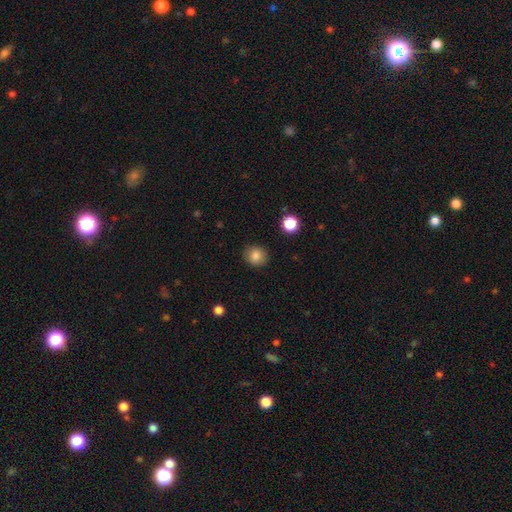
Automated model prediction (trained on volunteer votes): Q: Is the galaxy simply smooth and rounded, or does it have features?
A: smooth — 84%.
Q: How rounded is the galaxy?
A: round — 83%.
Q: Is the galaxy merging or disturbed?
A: none — 90%.